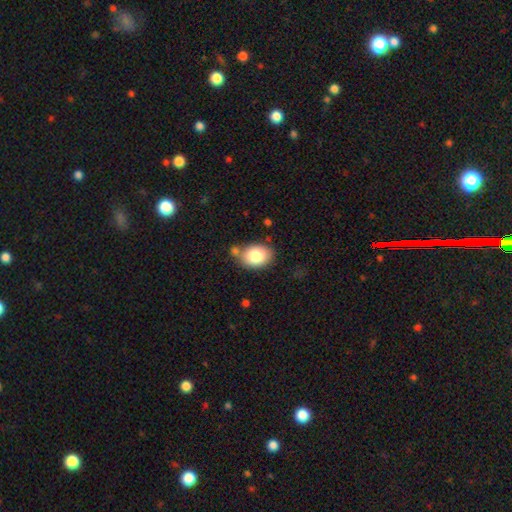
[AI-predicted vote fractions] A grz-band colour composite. It shows a smooth galaxy with no disk features (84%) that is in between round and cigar-shaped (74%). Merging: none (69%).